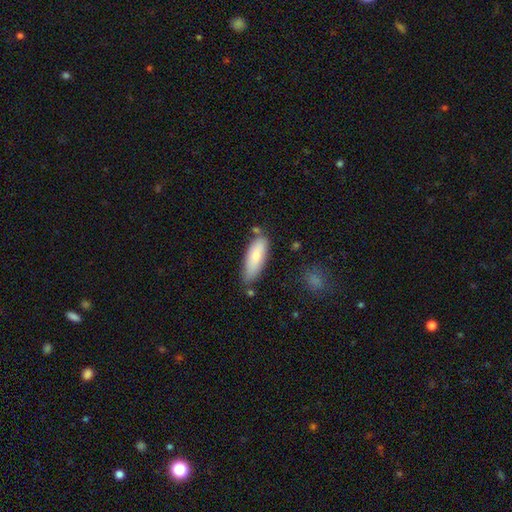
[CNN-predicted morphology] smooth_or_featured: smooth (p=0.79) [alt: featured or disk p=0.15]
how_rounded: in between (p=0.60) [alt: cigar-shaped p=0.38]
merging: none (p=0.70) [alt: minor disturbance p=0.20]